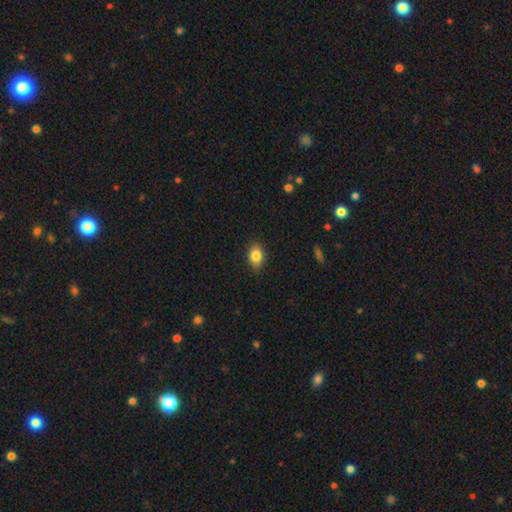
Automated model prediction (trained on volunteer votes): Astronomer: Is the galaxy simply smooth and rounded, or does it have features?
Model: smooth — 84%.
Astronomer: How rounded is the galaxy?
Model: in between — 75%.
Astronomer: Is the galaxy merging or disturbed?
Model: none — 86%.